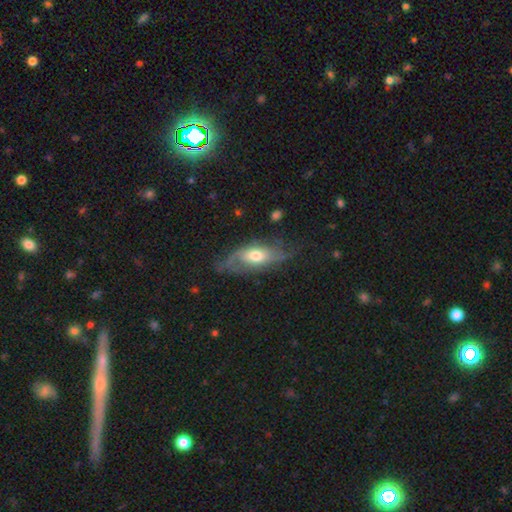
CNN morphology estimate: This appears to be a featured or disk galaxy (58%). Merging: none (53%).